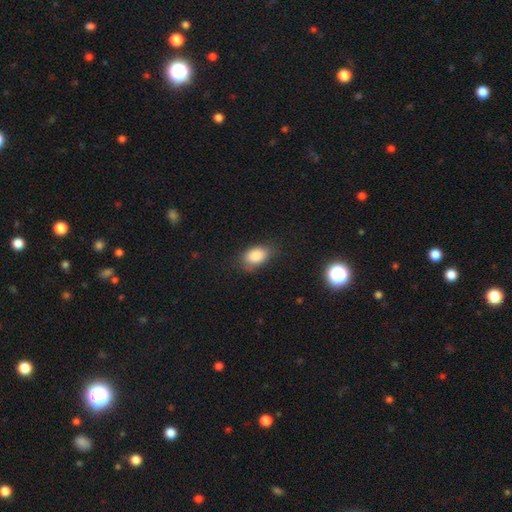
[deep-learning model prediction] This appears to be a smooth galaxy with no disk features (86%) that is in between round and cigar-shaped (88%). Merging: none (72%).